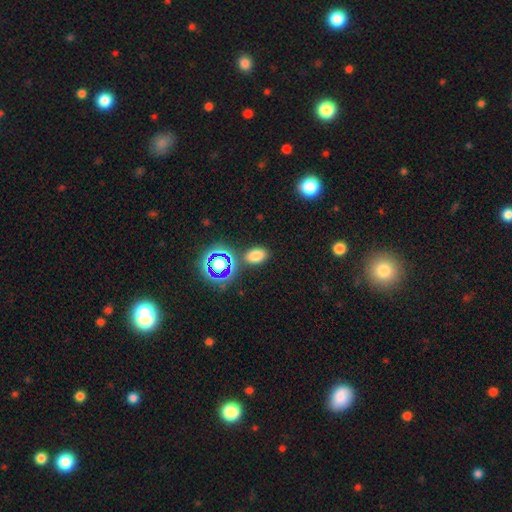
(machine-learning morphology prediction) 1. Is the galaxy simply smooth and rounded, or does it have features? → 73% smooth, 20% star or artifact, 7% featured or disk.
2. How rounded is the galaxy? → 83% in between, 16% round, 2% cigar-shaped.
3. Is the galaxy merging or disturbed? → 81% none, 10% minor disturbance, 5% merger, 3% major disturbance.